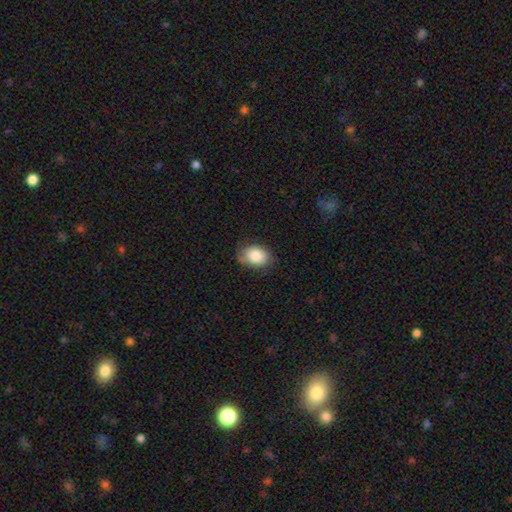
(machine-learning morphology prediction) This is clearly a smooth galaxy (83%). How rounded: likely in between (73%). Merging: likely none (74%).